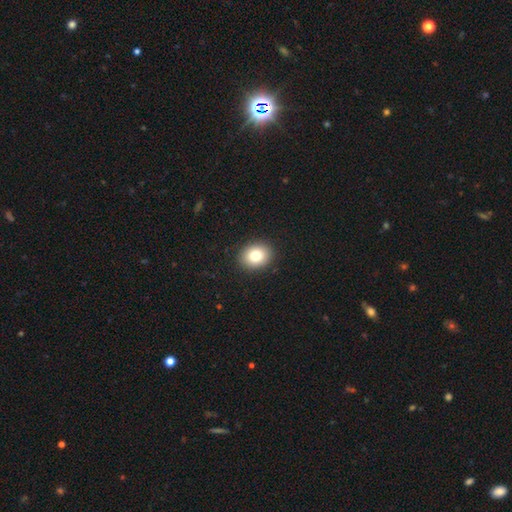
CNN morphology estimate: type=smooth (80%); roundness=round (54%); merging=none (91%).